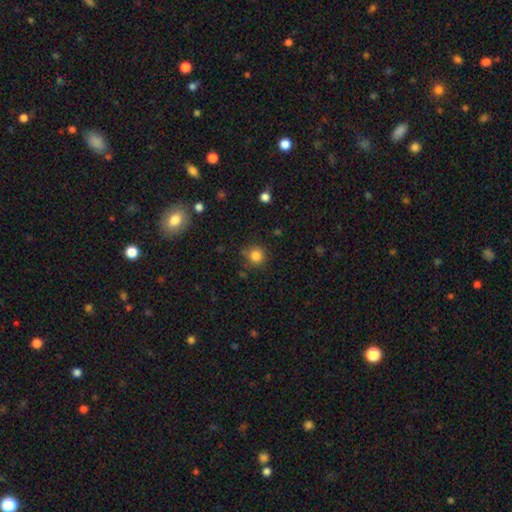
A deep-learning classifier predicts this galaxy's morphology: type=smooth (84%); roundness=round (89%); merging=none (75%).